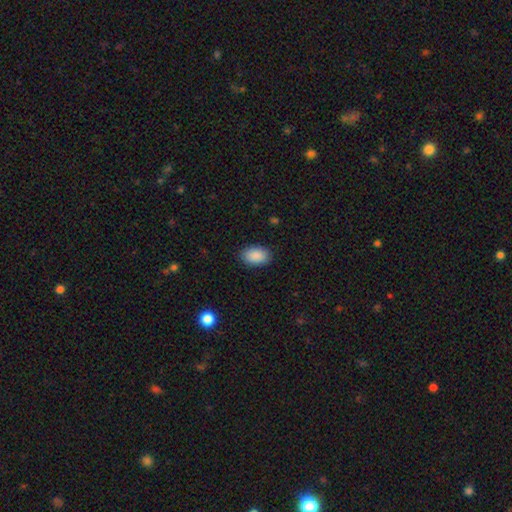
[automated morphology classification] Smooth or featured: smooth — 90% (star or artifact — 7%)
How rounded: in between — 90% (round — 8%)
Merging: none — 87% (minor disturbance — 9%)